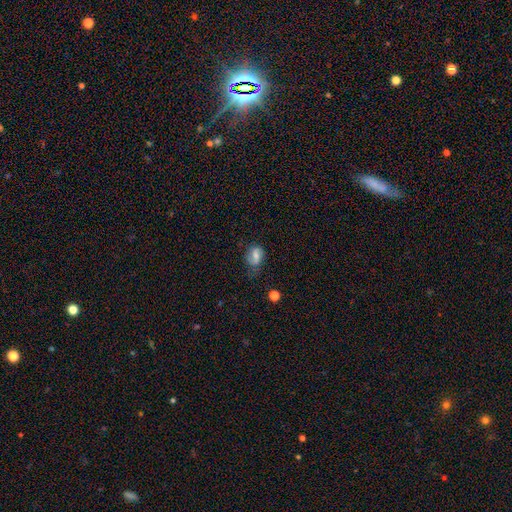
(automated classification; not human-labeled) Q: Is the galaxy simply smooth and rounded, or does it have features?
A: smooth — 53%.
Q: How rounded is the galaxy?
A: in between — 68%.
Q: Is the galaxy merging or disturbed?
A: none — 51%.